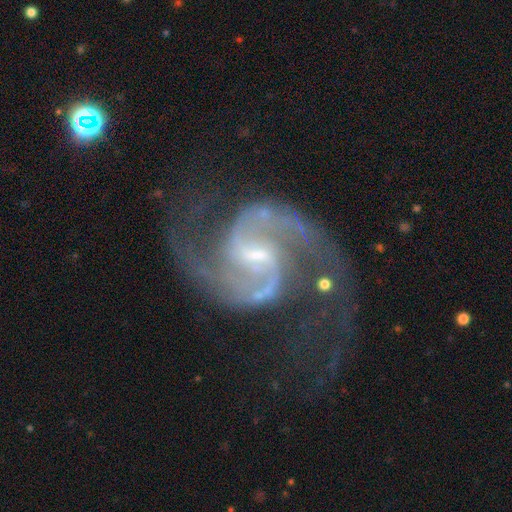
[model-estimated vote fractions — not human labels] Morphology: type=featured or disk (93%); edge-on=no (98%); bar=weak (58%); spiral arms=yes (99%); winding=medium (57%); arm count=2 (93%); bulge=small (63%); merging=none (68%).